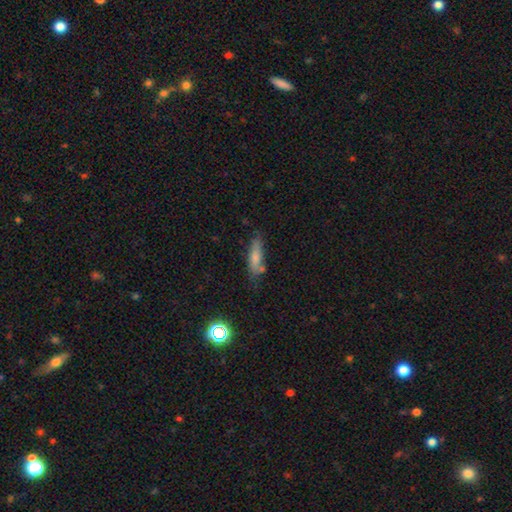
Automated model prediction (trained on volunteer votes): A smooth galaxy with no disk features (61%) that is cigar-shaped (62%).

Vote fractions:
- Smooth or featured? smooth: 61% / featured or disk: 25% / star or artifact: 14%
- How rounded? cigar-shaped: 62% / in between: 34% / round: 4%
- Merging? none: 66% / minor disturbance: 21% / merger: 7% / major disturbance: 6%